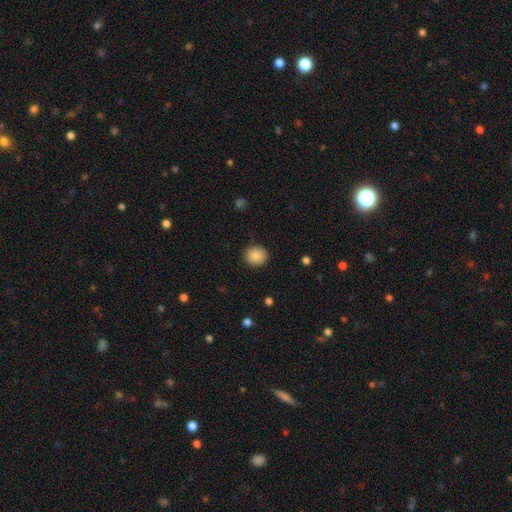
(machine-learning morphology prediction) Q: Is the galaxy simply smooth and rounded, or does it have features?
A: smooth — 88%.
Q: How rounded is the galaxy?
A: round — 84%.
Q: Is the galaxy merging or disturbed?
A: none — 90%.